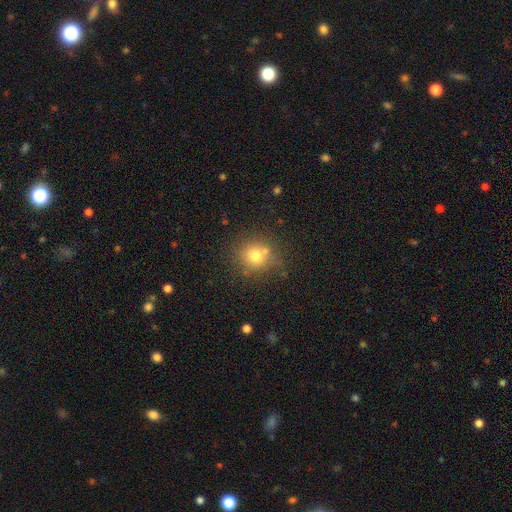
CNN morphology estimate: Smooth or featured?
  - smooth: 74% *
  - star or artifact: 14%
  - featured or disk: 11%
How rounded?
  - round: 86% *
  - in between: 13%
  - cigar-shaped: 1%
Merging?
  - none: 71% *
  - merger: 13%
  - minor disturbance: 12%
  - major disturbance: 4%